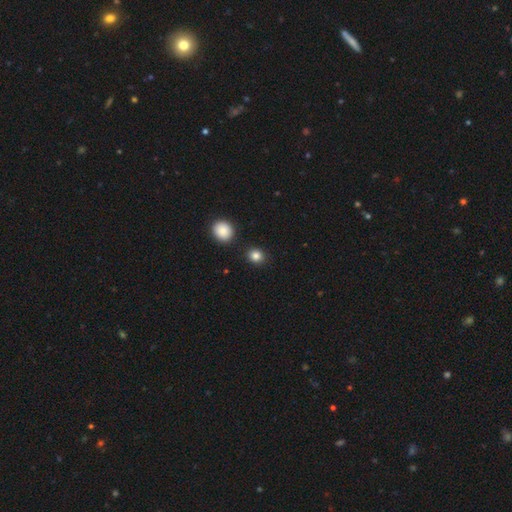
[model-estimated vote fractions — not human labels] The model was most divided on "how rounded": round: 76%, in between: 23%, cigar-shaped: 1%. More confident: merging — none (88%); smooth or featured — smooth (85%).